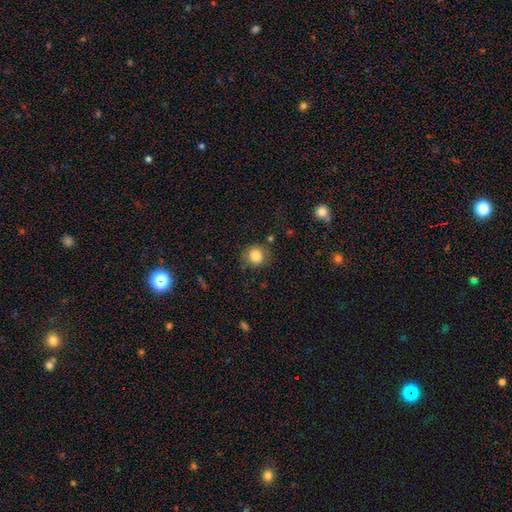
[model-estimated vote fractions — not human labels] Q: Smooth or featured?
A: smooth (83%); runner-up: star or artifact (10%)
Q: How rounded?
A: round (87%); runner-up: in between (12%)
Q: Merging?
A: none (77%); runner-up: minor disturbance (15%)